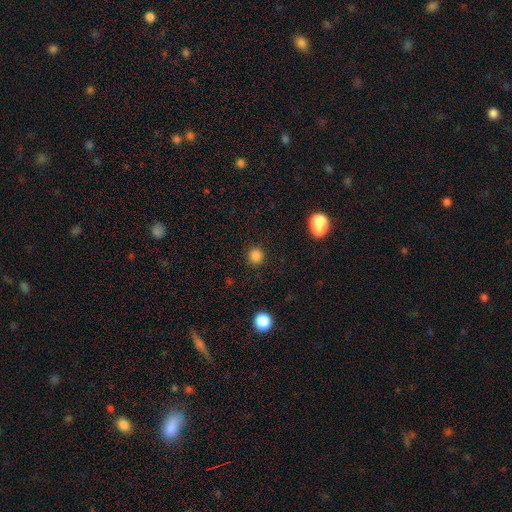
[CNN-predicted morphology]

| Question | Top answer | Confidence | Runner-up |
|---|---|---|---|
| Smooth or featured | smooth | 83% | star or artifact (13%) |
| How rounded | round | 92% | in between (7%) |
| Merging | none | 90% | minor disturbance (6%) |